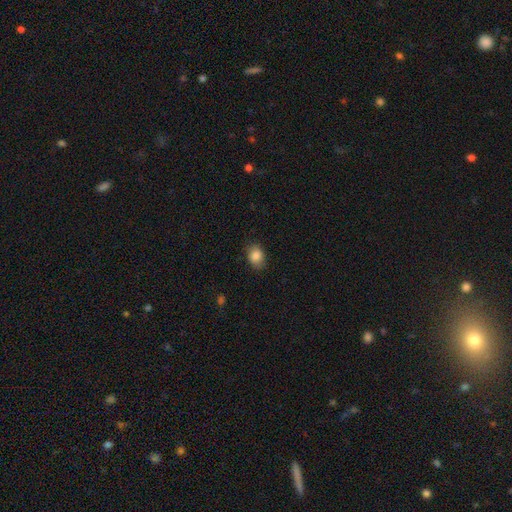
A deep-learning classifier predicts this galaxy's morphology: The model was most divided on "how rounded": in between: 72%, round: 27%, cigar-shaped: 1%. More confident: smooth or featured — smooth (86%); merging — none (82%).